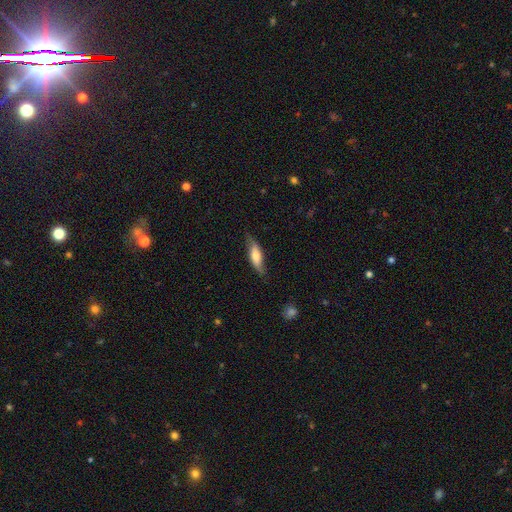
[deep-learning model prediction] Smooth or featured? smooth (60%)
How rounded? cigar-shaped (49%)
Merging? none (73%)